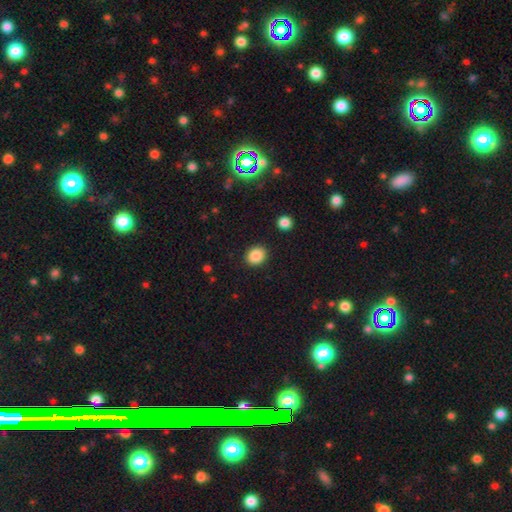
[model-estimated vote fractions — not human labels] smooth-or-featured: smooth: 87% | star or artifact: 9% | featured or disk: 4%
  how-rounded: round: 66% | in between: 33% | cigar-shaped: 1%
  merging: none: 90% | minor disturbance: 6% | major disturbance: 2% | merger: 2%